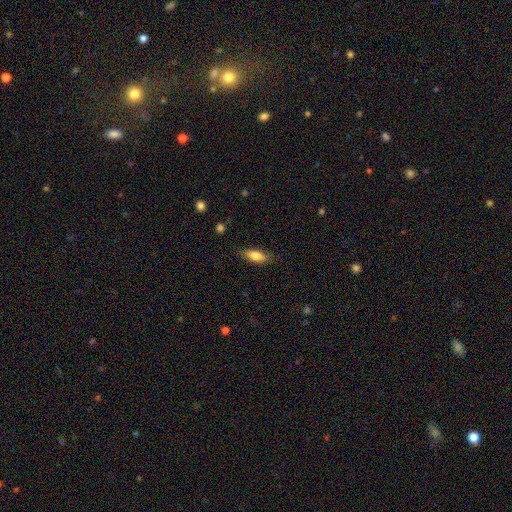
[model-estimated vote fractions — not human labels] Q: Smooth or featured?
A: smooth (76%); runner-up: featured or disk (18%)
Q: How rounded?
A: in between (71%); runner-up: cigar-shaped (26%)
Q: Merging?
A: none (81%); runner-up: minor disturbance (15%)